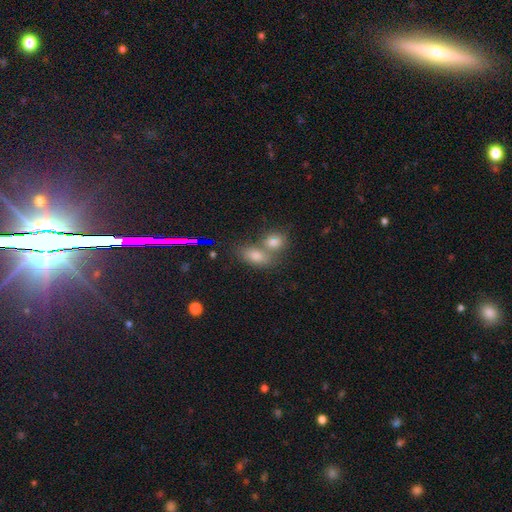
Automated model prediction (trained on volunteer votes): smooth_or_featured: smooth (p=0.75) [alt: star or artifact p=0.14]
how_rounded: in between (p=0.80) [alt: round p=0.16]
merging: merger (p=0.48) [alt: none p=0.39]